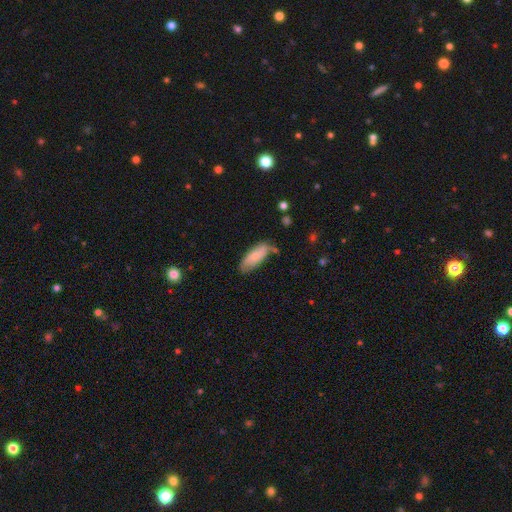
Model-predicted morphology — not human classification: Q: Smooth or featured?
A: smooth (79%); runner-up: featured or disk (15%)
Q: How rounded?
A: in between (71%); runner-up: cigar-shaped (27%)
Q: Merging?
A: none (64%); runner-up: minor disturbance (25%)